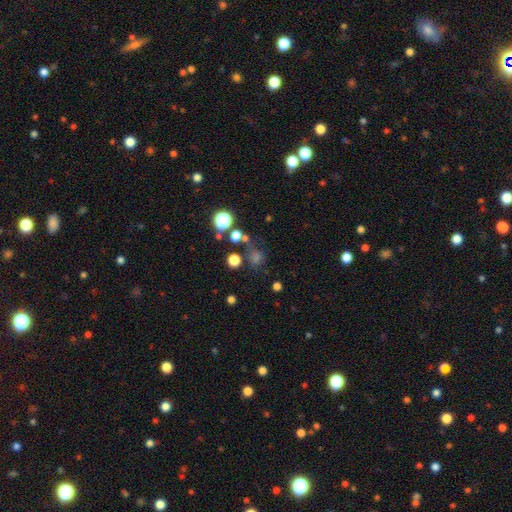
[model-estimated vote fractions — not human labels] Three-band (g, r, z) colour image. It shows a smooth galaxy with no disk features (45%, tied with star or artifact). Merging: none (69%).